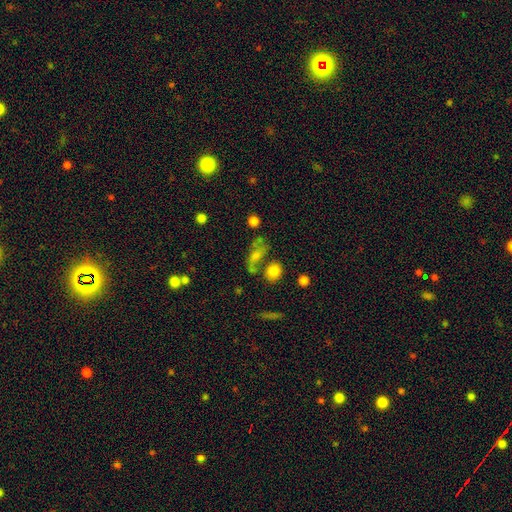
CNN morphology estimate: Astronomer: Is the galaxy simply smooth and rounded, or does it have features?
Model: smooth — 42% (runner-up: featured or disk, 32%).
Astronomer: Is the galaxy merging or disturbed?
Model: none — 46% (runner-up: merger, 22%).